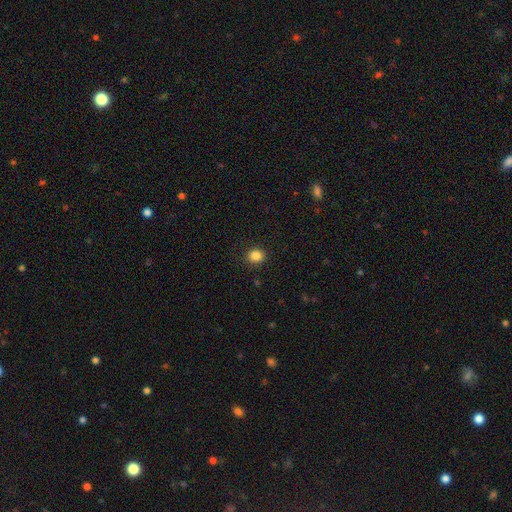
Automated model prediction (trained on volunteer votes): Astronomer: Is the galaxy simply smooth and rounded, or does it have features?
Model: smooth — 85%.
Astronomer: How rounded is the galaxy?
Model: round — 80%.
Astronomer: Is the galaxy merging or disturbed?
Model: none — 90%.